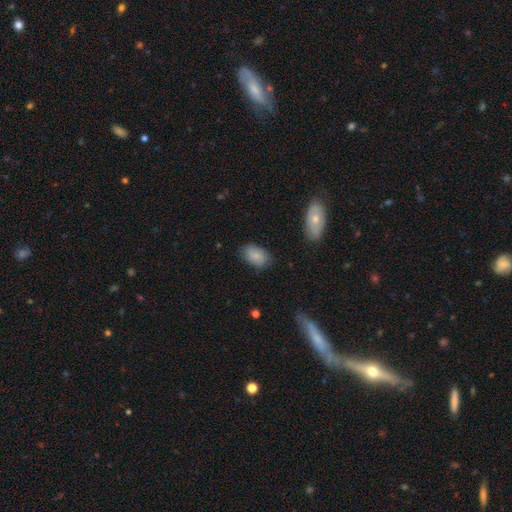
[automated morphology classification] This appears to be a smooth galaxy with no disk features (78%) that is in between round and cigar-shaped (91%). Merging: none (77%).